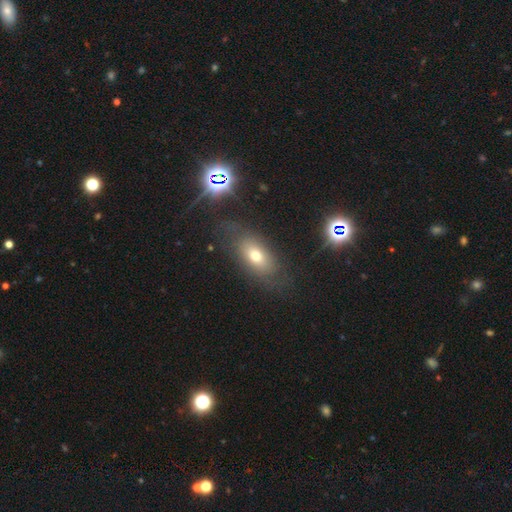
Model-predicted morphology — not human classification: type=smooth (63%); roundness=in between (82%); merging=none (73%).